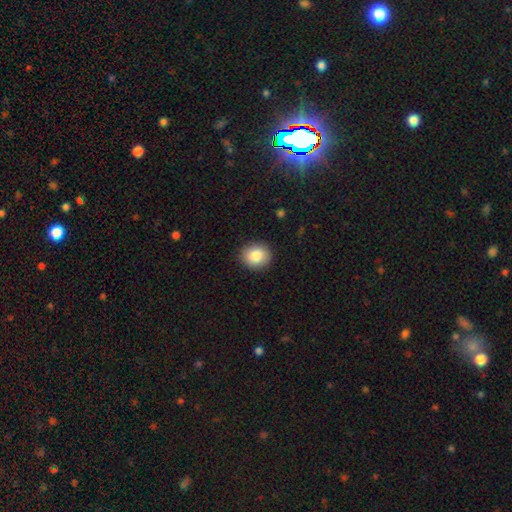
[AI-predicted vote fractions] Smooth or featured: smooth — 86% (star or artifact — 8%)
How rounded: round — 78% (in between — 21%)
Merging: none — 90% (minor disturbance — 7%)